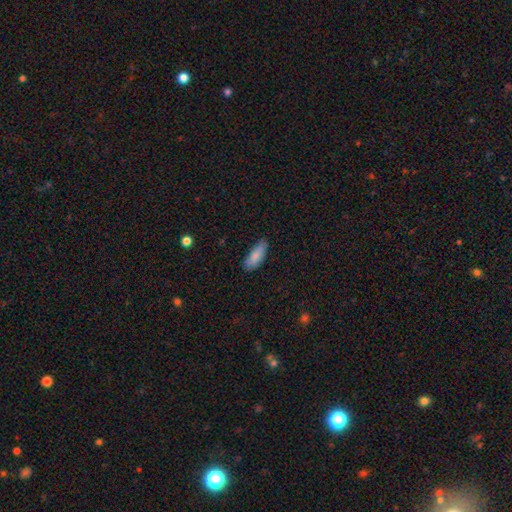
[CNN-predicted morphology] Q: Smooth or featured?
A: smooth (86%); runner-up: featured or disk (8%)
Q: How rounded?
A: in between (75%); runner-up: cigar-shaped (24%)
Q: Merging?
A: none (79%); runner-up: minor disturbance (18%)